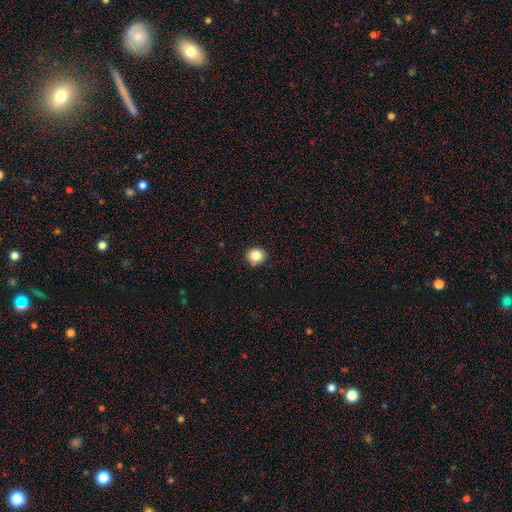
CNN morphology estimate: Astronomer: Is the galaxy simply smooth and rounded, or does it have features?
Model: smooth — 84%.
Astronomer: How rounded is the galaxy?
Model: round — 85%.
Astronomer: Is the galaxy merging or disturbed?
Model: none — 90%.